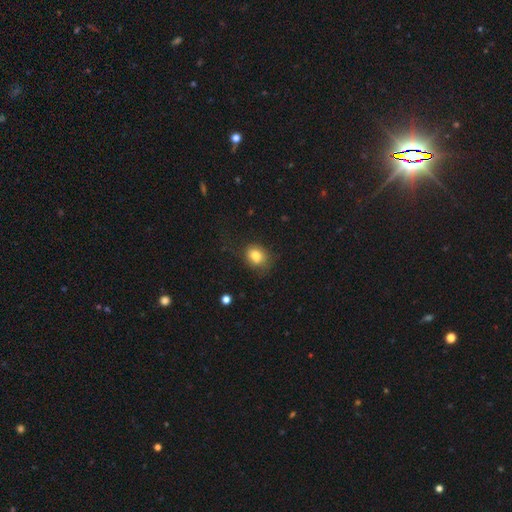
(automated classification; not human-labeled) The model was most divided on "how rounded": round: 52%, in between: 47%, cigar-shaped: 1%. More confident: smooth or featured — smooth (81%); merging — none (64%).